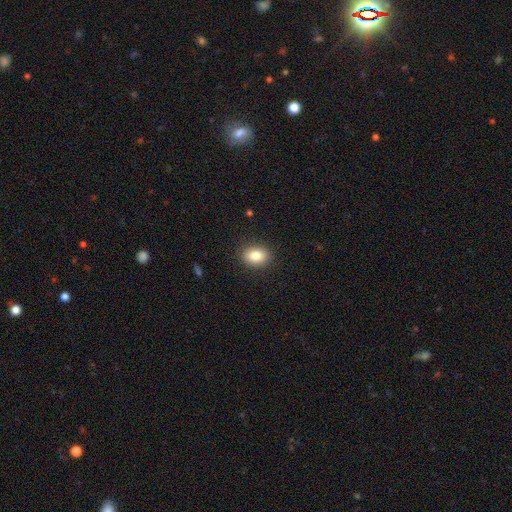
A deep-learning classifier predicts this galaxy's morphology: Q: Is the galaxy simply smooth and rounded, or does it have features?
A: smooth — 84%.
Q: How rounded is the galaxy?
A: in between — 63%.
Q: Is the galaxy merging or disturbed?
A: none — 89%.